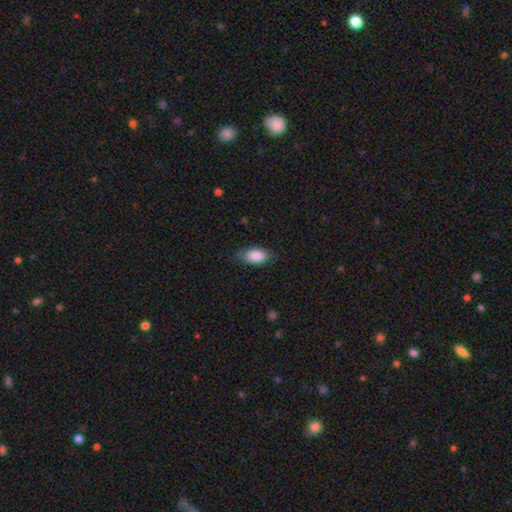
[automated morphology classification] type=smooth (86%); roundness=in between (91%); merging=none (77%).